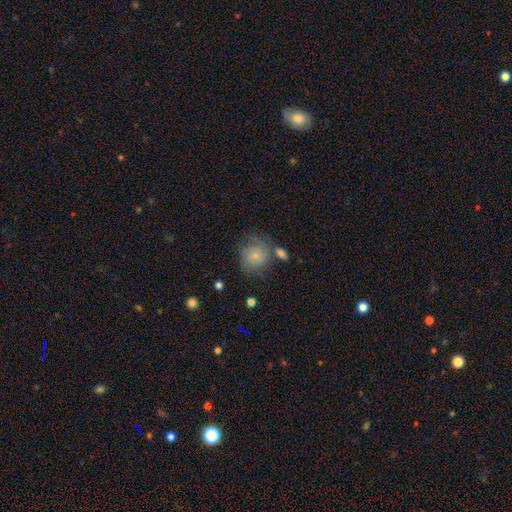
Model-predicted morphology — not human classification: smooth-or-featured: smooth: 75% | featured or disk: 16% | star or artifact: 9%
  how-rounded: round: 75% | in between: 24% | cigar-shaped: 1%
  merging: none: 54% | minor disturbance: 23% | merger: 12% | major disturbance: 11%